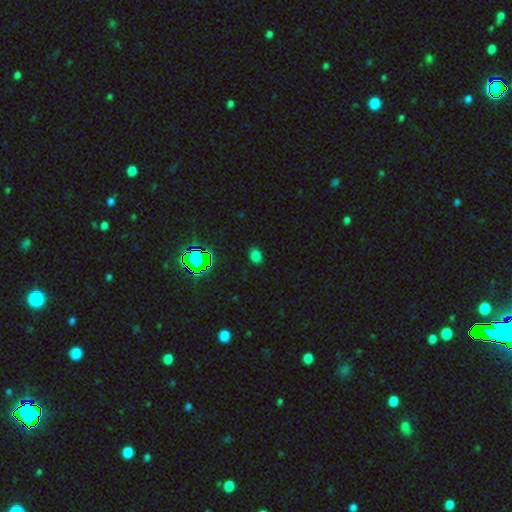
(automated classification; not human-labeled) Smooth or featured: smooth — 68% (star or artifact — 27%)
How rounded: in between — 60% (round — 38%)
Merging: none — 85% (minor disturbance — 11%)